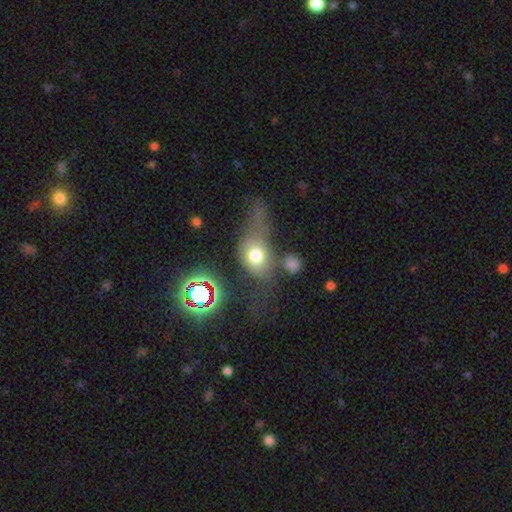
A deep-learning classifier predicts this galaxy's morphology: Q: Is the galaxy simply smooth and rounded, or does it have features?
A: smooth — 61%.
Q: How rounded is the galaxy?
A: in between — 59%.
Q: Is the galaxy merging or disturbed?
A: none — 33%.